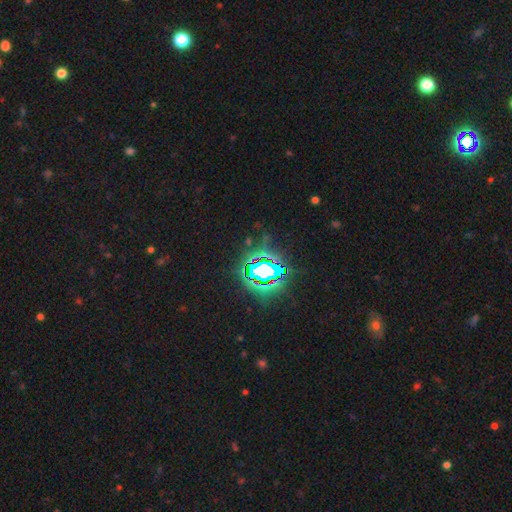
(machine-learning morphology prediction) This is clearly a star or artifact rather than a galaxy (84%).